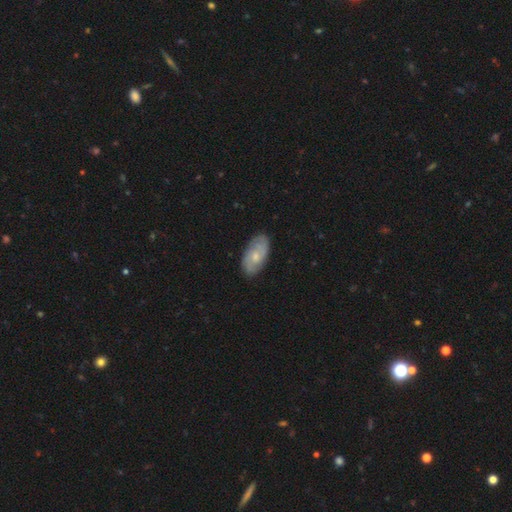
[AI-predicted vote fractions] This appears to be a featured or disk galaxy (61%) with no bar (71%), spiral arms (87%) and a small central bulge (50%). Merging: none (82%).